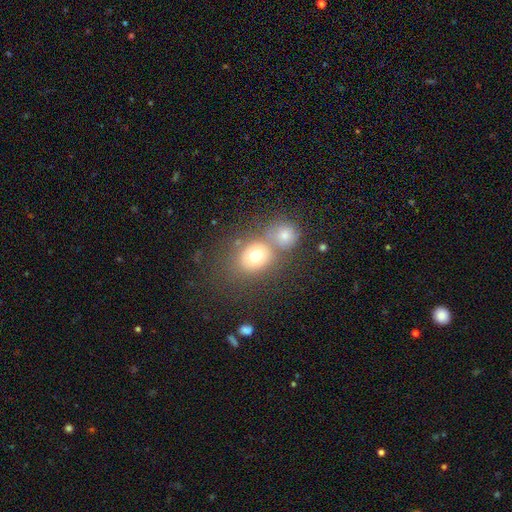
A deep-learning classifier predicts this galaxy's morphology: Smooth or featured?
  - smooth: 72% *
  - featured or disk: 15%
  - star or artifact: 13%
How rounded?
  - round: 64% *
  - in between: 35%
  - cigar-shaped: 1%
Merging?
  - none: 45% *
  - merger: 39%
  - minor disturbance: 10%
  - major disturbance: 5%